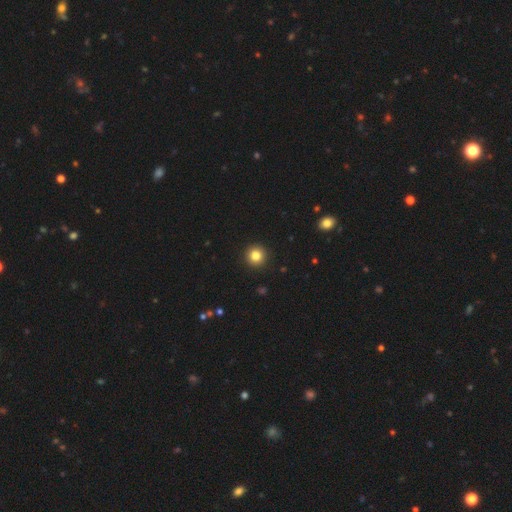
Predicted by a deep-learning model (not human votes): smooth-or-featured: smooth: 83% | star or artifact: 11% | featured or disk: 5%
  how-rounded: round: 95% | in between: 4% | cigar-shaped: 1%
  merging: none: 93% | minor disturbance: 4% | major disturbance: 2% | merger: 1%